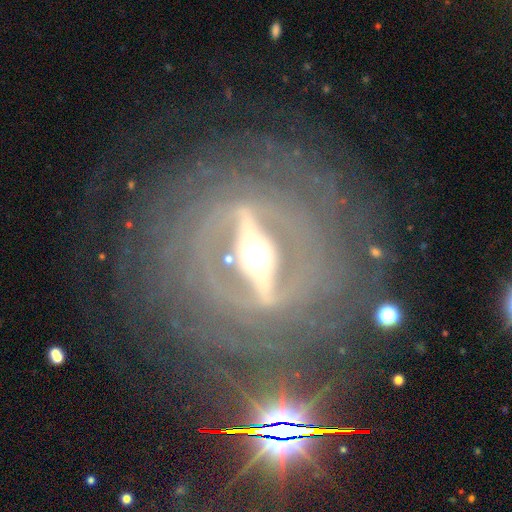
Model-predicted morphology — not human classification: Smooth or featured?
  - featured or disk: 90% *
  - star or artifact: 6%
  - smooth: 4%
Edge-on disk?
  - no: 67% *
  - yes: 33%
Bar?
  - strong: 88% *
  - weak: 8%
  - no: 4%
Spiral arms?
  - yes: 78% *
  - no: 22%
Bulge size?
  - moderate: 68% *
  - large: 15%
  - small: 14%
  - dominant: 2%
  - none: 1%
Merging?
  - none: 79% *
  - minor disturbance: 10%
  - major disturbance: 7%
  - merger: 4%